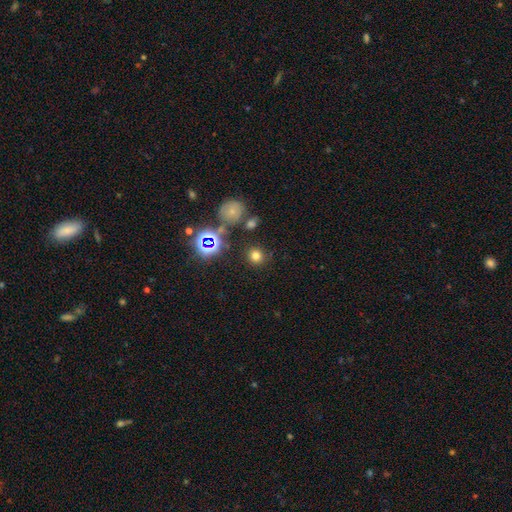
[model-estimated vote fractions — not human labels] Smooth or featured?
  - smooth: 70% *
  - star or artifact: 23%
  - featured or disk: 7%
How rounded?
  - round: 89% *
  - in between: 10%
  - cigar-shaped: 1%
Merging?
  - none: 84% *
  - minor disturbance: 8%
  - merger: 5%
  - major disturbance: 4%